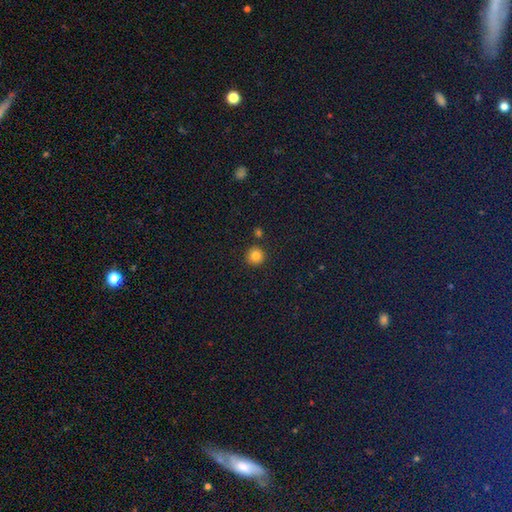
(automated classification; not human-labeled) The model was most divided on "smooth or featured": smooth: 83%, star or artifact: 11%, featured or disk: 5%. More confident: how rounded — round (94%); merging — none (87%).